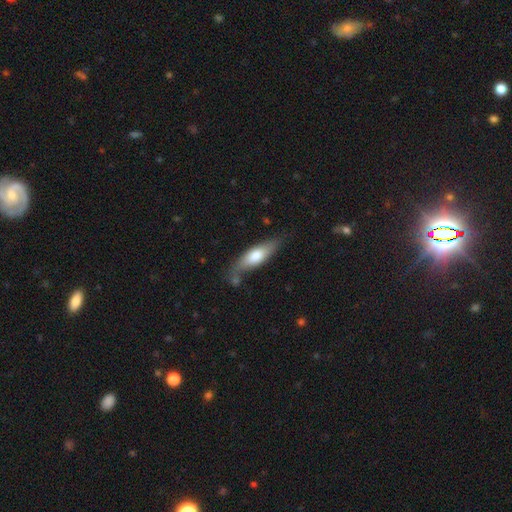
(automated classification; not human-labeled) Morphology: type=smooth (64%); roundness=in between (53%); merging=none (63%).